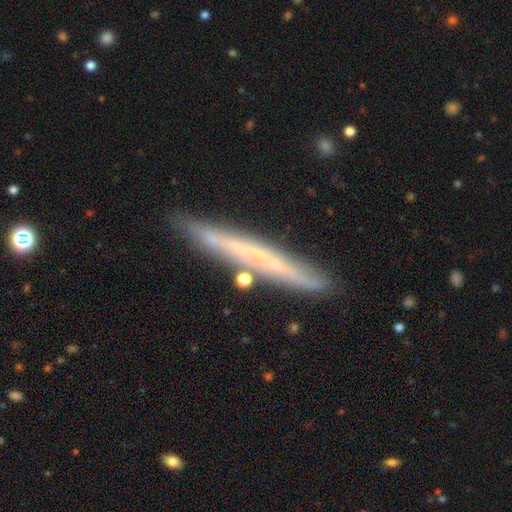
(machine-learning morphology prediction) A featured or disk galaxy (55%) viewed edge-on (91%). Merging: none (82%).